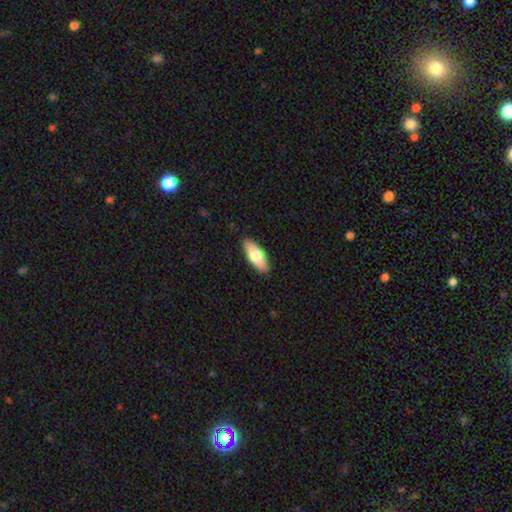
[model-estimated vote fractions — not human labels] Smooth or featured? smooth (73%)
How rounded? in between (74%)
Merging? none (90%)